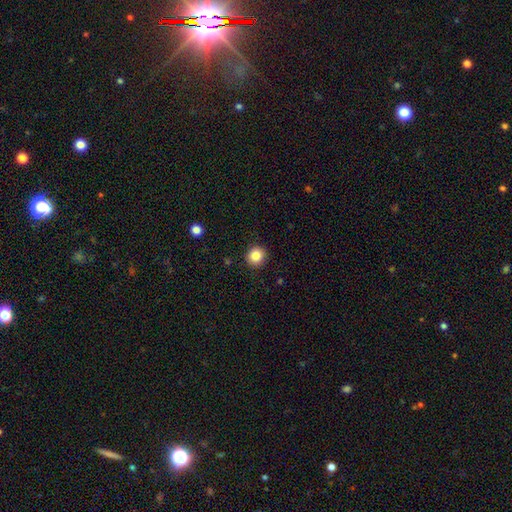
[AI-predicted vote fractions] A smooth galaxy with no disk features (85%) that is round (91%). Merging: none (91%).